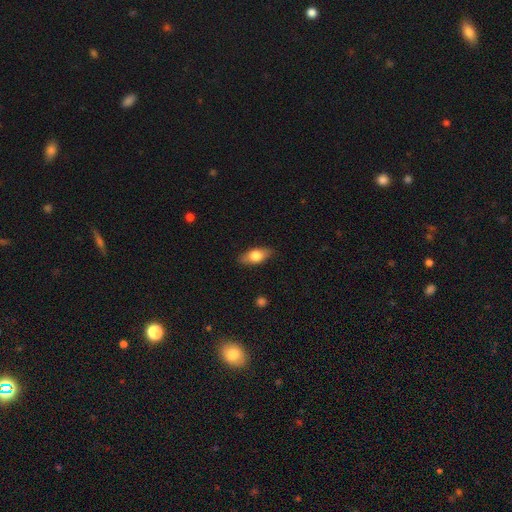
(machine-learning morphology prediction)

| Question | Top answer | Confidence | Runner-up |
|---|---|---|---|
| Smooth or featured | smooth | 71% | featured or disk (22%) |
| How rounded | in between | 83% | cigar-shaped (12%) |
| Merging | none | 86% | minor disturbance (11%) |